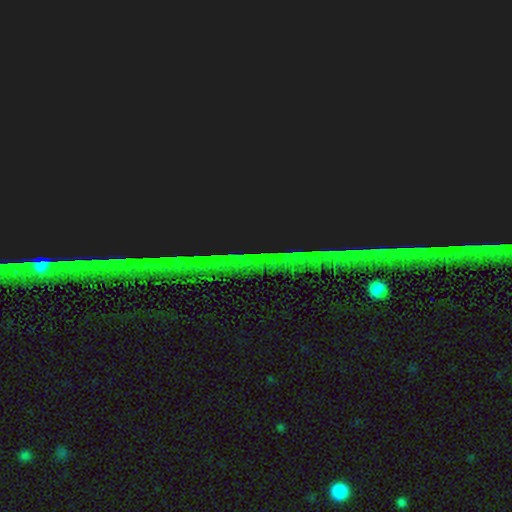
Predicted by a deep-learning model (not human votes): Smooth or featured? Predicted: star or artifact (p=0.84).